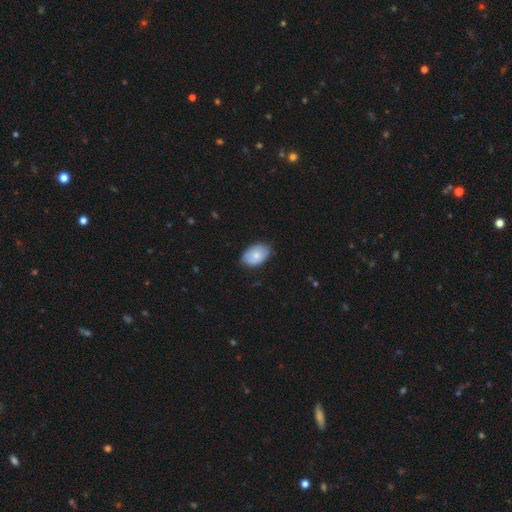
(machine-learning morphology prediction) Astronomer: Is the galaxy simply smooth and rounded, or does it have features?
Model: smooth — 76%.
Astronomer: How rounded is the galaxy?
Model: in between — 90%.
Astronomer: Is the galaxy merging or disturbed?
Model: none — 78%.